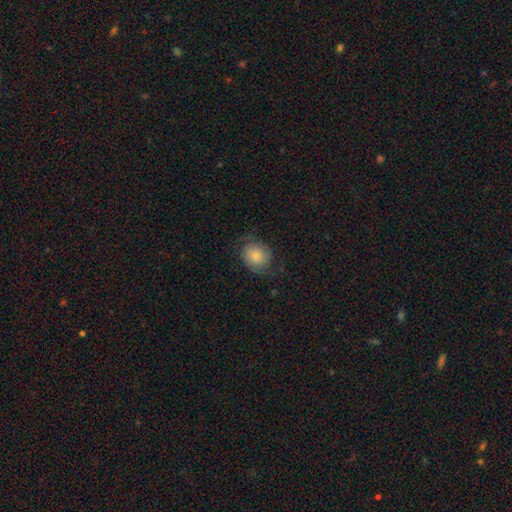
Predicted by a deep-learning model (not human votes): A smooth galaxy with no disk features (54%) that is round (58%).

Vote fractions:
- Smooth or featured? smooth: 54% / featured or disk: 37% / star or artifact: 9%
- How rounded? round: 58% / in between: 41% / cigar-shaped: 1%
- Merging? none: 64% / minor disturbance: 22% / major disturbance: 13% / merger: 1%